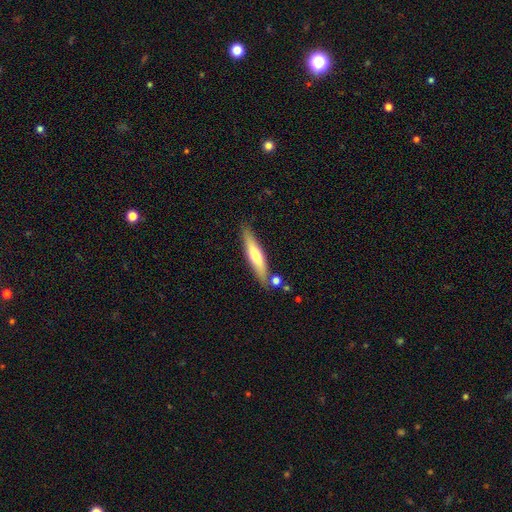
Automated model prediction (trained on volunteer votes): smooth_or_featured: smooth (p=0.55) [alt: featured or disk p=0.39]
how_rounded: cigar-shaped (p=0.84) [alt: in between p=0.15]
merging: none (p=0.78) [alt: minor disturbance p=0.12]